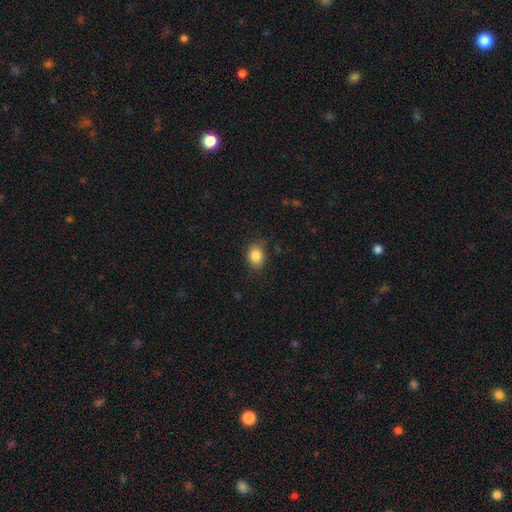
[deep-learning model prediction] The model was most divided on "how rounded": in between: 52%, round: 47%, cigar-shaped: 1%. More confident: smooth or featured — smooth (85%); merging — none (80%).